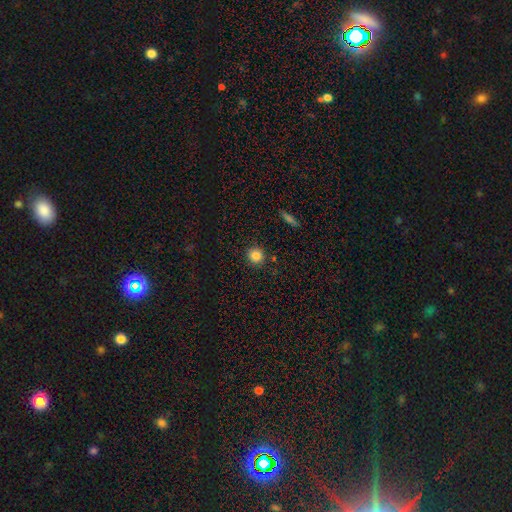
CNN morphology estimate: smooth 84%, star or artifact 11%, featured or disk 5%. Down the decision tree: how rounded — round (92%); merging — none (88%).